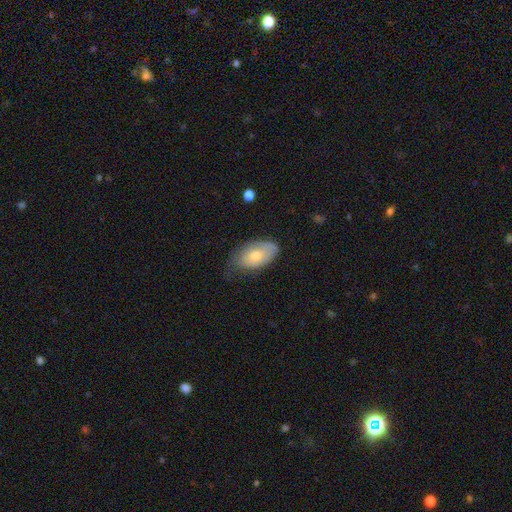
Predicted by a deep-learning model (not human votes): Smooth or featured: smooth — 66% (featured or disk — 28%)
How rounded: in between — 93% (round — 5%)
Merging: none — 55% (minor disturbance — 35%)